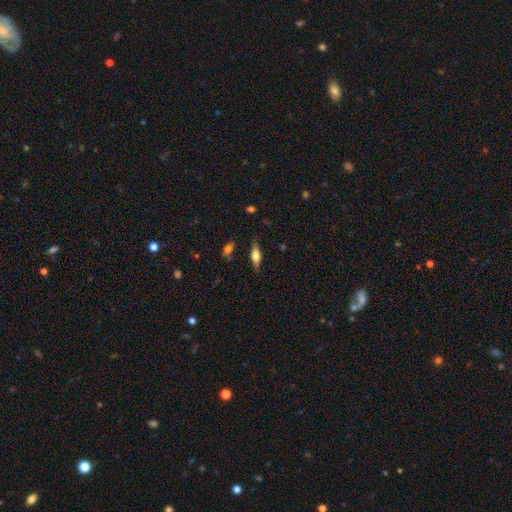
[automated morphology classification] Smooth or featured?
  - featured or disk: 47% *
  - smooth: 45%
  - star or artifact: 8%
Merging?
  - none: 80% *
  - minor disturbance: 14%
  - major disturbance: 4%
  - merger: 2%